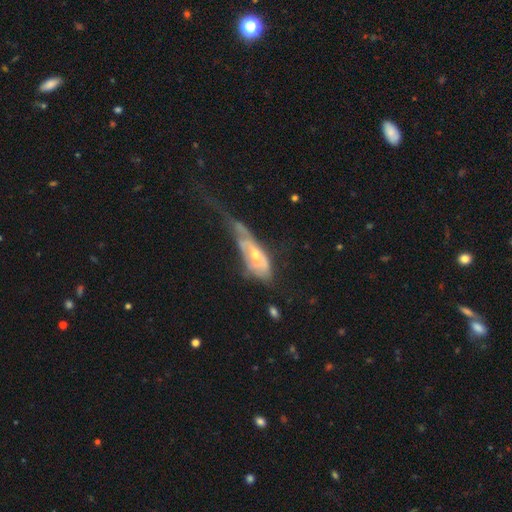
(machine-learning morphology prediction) smooth-or-featured: featured or disk: 61% | smooth: 32% | star or artifact: 7%
  disk-edge-on: no: 77% | yes: 23%
  merging: major disturbance: 55% | minor disturbance: 22% | none: 17% | merger: 6%